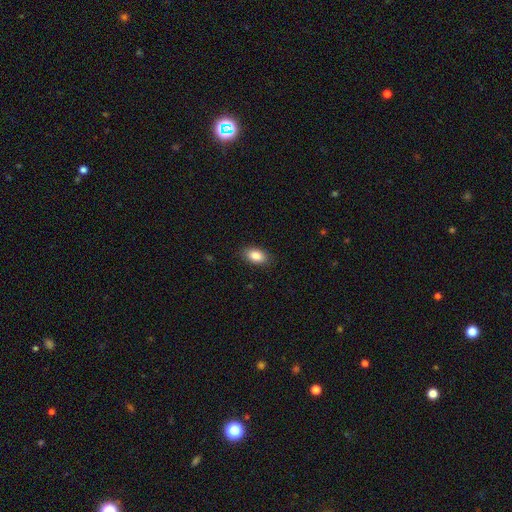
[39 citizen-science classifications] This appears to be a smooth galaxy with no disk features (100%) that is in between round and cigar-shaped (85%). Merging: none (97%).